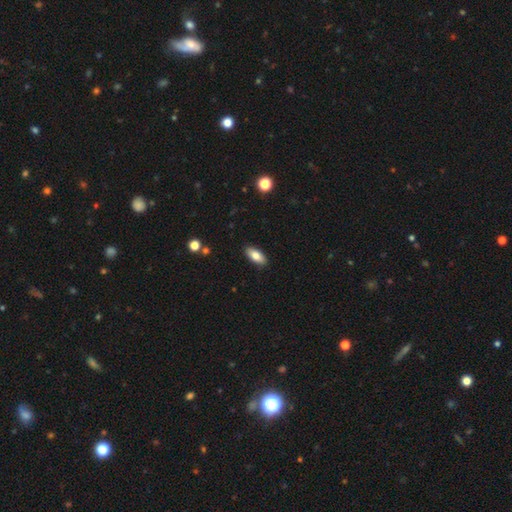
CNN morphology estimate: type=smooth (79%); roundness=in between (82%); merging=none (89%).